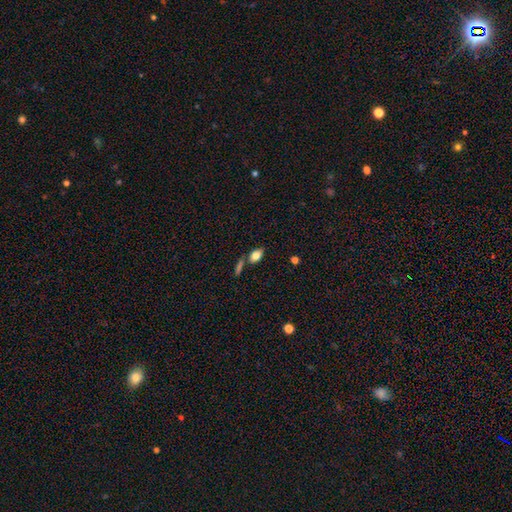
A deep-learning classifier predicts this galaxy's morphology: This is likely a smooth galaxy (79%). How rounded: clearly in between (88%). Merging: likely none (65%).